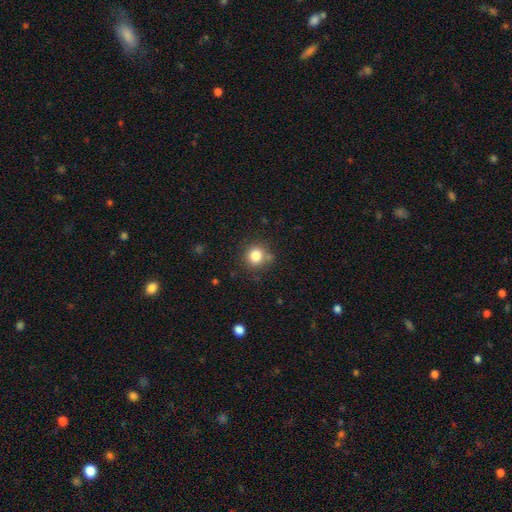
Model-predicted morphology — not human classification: This is clearly a smooth galaxy (83%). How rounded: clearly round (88%). Merging: likely none (77%).